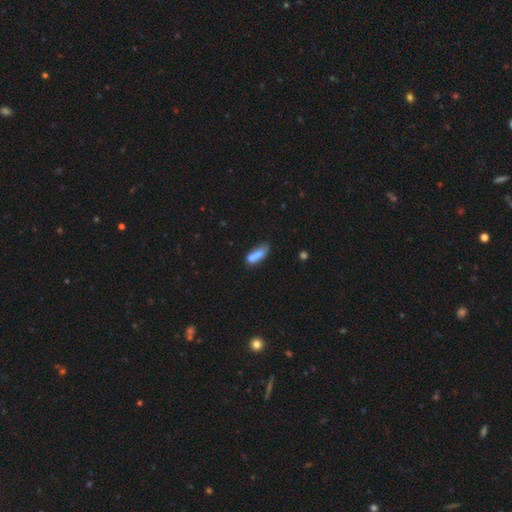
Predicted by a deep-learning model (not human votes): Smooth or featured?
  - smooth: 68% *
  - featured or disk: 23%
  - star or artifact: 9%
How rounded?
  - in between: 62% *
  - cigar-shaped: 33%
  - round: 4%
Merging?
  - merger: 45% *
  - none: 32%
  - minor disturbance: 16%
  - major disturbance: 7%